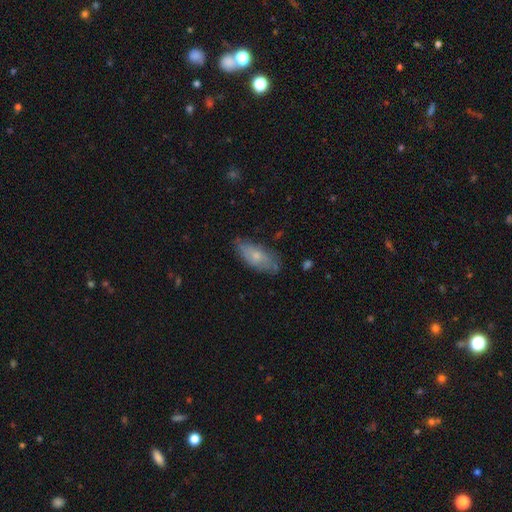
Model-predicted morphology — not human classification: A smooth galaxy with no disk features (60%) that is in between round and cigar-shaped (82%).

Vote fractions:
- Smooth or featured? smooth: 60% / featured or disk: 33% / star or artifact: 7%
- How rounded? in between: 82% / cigar-shaped: 15% / round: 3%
- Merging? none: 67% / minor disturbance: 25% / major disturbance: 6% / merger: 2%